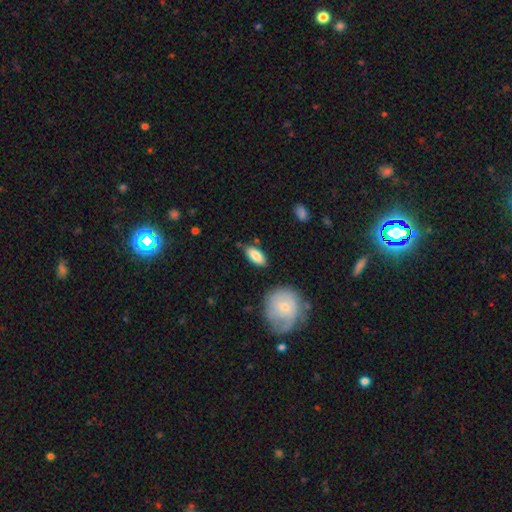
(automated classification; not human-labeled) smooth_or_featured: smooth (p=0.82) [alt: featured or disk p=0.12]
how_rounded: in between (p=0.83) [alt: cigar-shaped p=0.14]
merging: none (p=0.80) [alt: minor disturbance p=0.14]